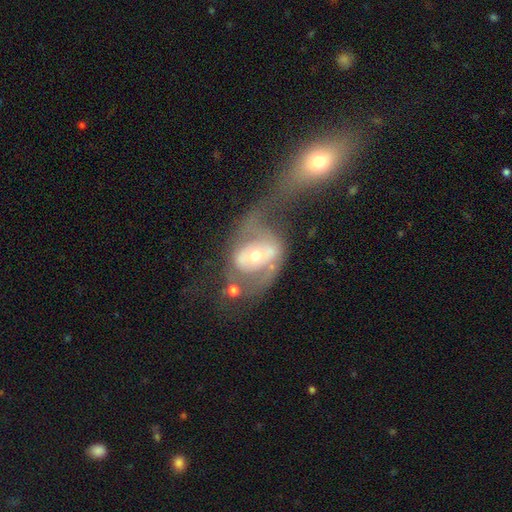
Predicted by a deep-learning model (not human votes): This appears to be a featured or disk galaxy (72%) with no bar (54%), spiral arms (63%) and a moderate central bulge (66%). Merging: merger (37%).